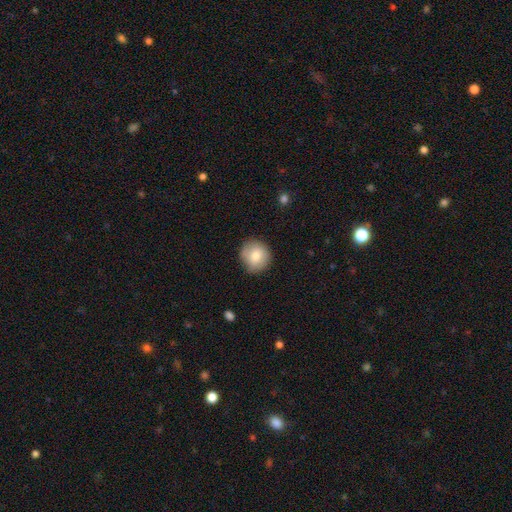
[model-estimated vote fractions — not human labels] smooth-or-featured: smooth: 79% | featured or disk: 14% | star or artifact: 8%
  how-rounded: round: 89% | in between: 10% | cigar-shaped: 1%
  merging: none: 82% | minor disturbance: 14% | major disturbance: 3% | merger: 1%